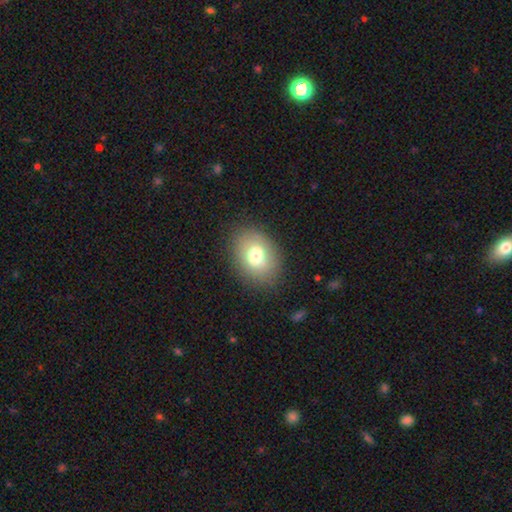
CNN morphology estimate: Smooth or featured: smooth — 69% (featured or disk — 20%)
How rounded: in between — 68% (round — 31%)
Merging: none — 81% (minor disturbance — 12%)